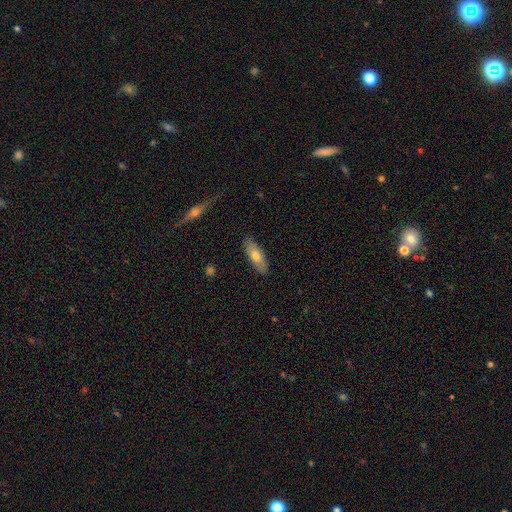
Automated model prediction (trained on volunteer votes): The model was most divided on "smooth or featured": smooth: 65%, featured or disk: 29%, star or artifact: 6%. More confident: merging — none (86%); how rounded — in between (67%).